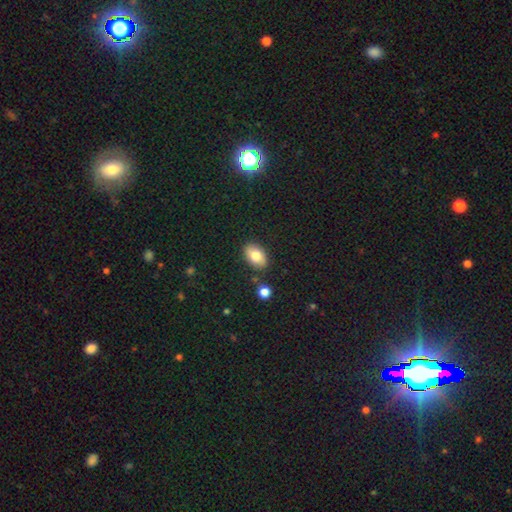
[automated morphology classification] Smooth or featured? Predicted: smooth (p=0.78). How rounded? Predicted: in between (p=0.89). Merging? Predicted: none (p=0.83).